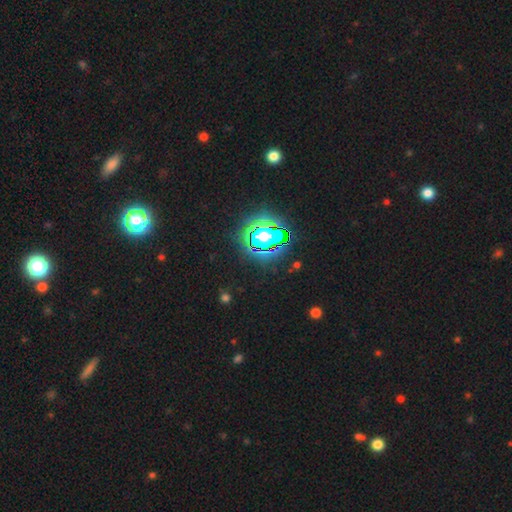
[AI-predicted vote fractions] This appears to be a star or artifact, not a galaxy (84%).